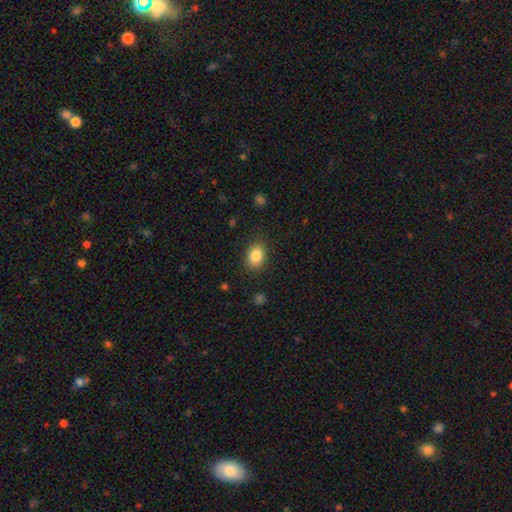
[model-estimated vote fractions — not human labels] A smooth galaxy with no disk features (85%) that is in between round and cigar-shaped (61%).

Vote fractions:
- Smooth or featured? smooth: 85% / star or artifact: 9% / featured or disk: 6%
- How rounded? in between: 61% / round: 38% / cigar-shaped: 1%
- Merging? none: 85% / minor disturbance: 10% / major disturbance: 3% / merger: 1%